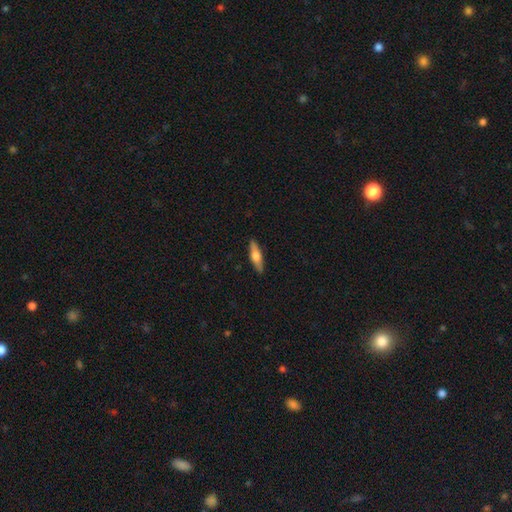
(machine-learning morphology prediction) The model was most divided on "smooth or featured": smooth: 50%, featured or disk: 45%, star or artifact: 6%. More confident: merging — none (89%).